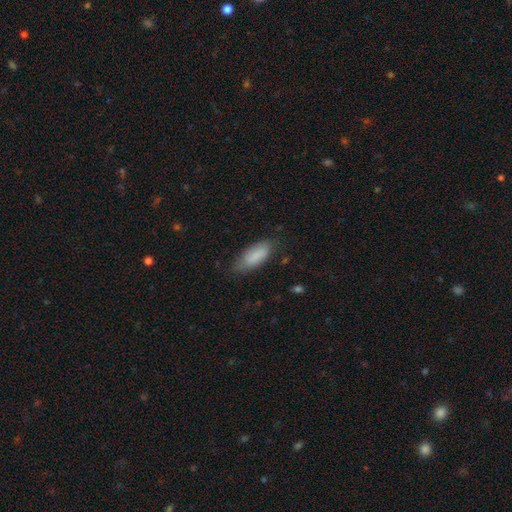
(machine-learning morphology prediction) type=smooth (86%); roundness=in between (81%); merging=none (67%).